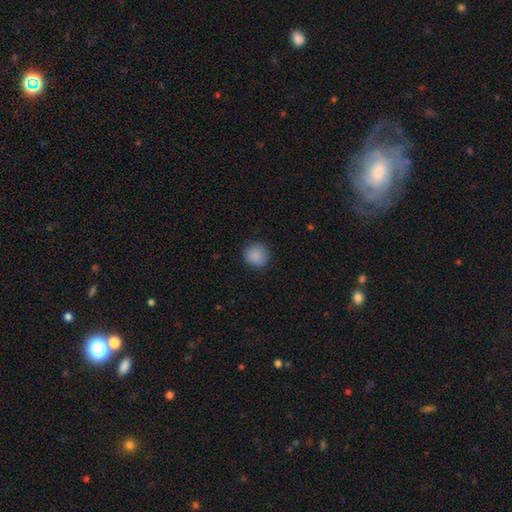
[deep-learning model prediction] The model was most divided on "smooth or featured": smooth: 88%, star or artifact: 9%, featured or disk: 3%. More confident: how rounded — round (92%); merging — none (89%).